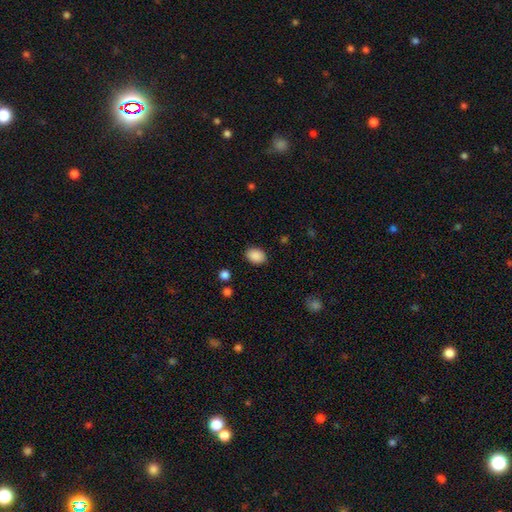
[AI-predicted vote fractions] Smooth or featured? smooth (89%)
How rounded? in between (73%)
Merging? none (86%)